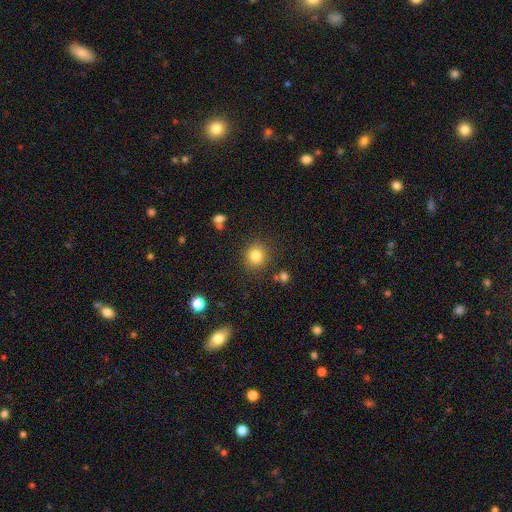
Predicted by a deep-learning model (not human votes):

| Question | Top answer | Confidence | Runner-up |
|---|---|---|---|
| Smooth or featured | smooth | 81% | star or artifact (12%) |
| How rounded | round | 90% | in between (10%) |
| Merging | none | 86% | minor disturbance (8%) |